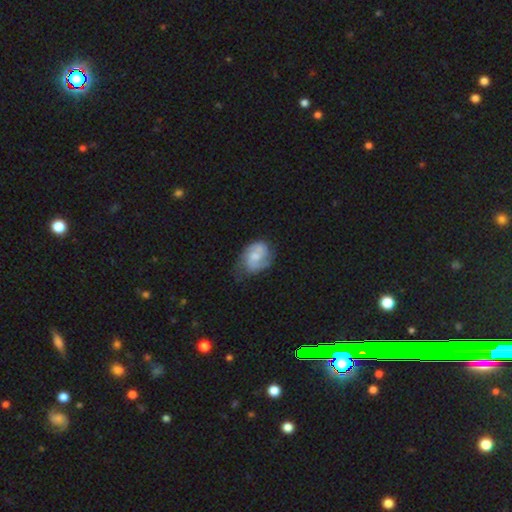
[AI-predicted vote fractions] Morphology: type=featured or disk (61%); edge-on=no (97%); bar=no (61%); spiral arms=yes (87%); winding=medium (44%); arm count=2 (68%); bulge=moderate (41%); merging=none (52%).